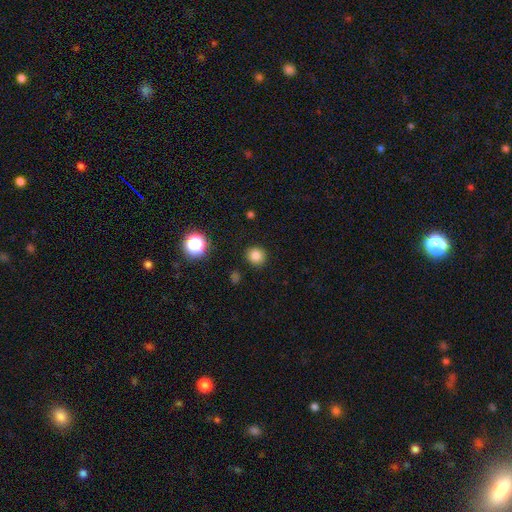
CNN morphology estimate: A smooth galaxy with no disk features (82%) that is round (93%).

Vote fractions:
- Smooth or featured? smooth: 82% / star or artifact: 14% / featured or disk: 4%
- How rounded? round: 93% / in between: 6% / cigar-shaped: 1%
- Merging? none: 90% / minor disturbance: 6% / major disturbance: 2% / merger: 2%